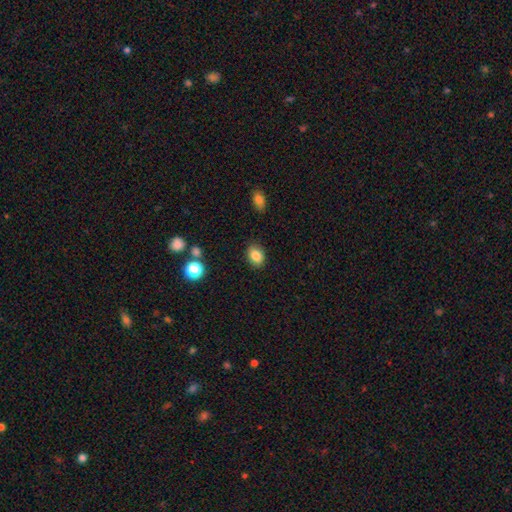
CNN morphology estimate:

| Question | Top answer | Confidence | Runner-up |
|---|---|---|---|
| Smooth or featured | smooth | 85% | star or artifact (10%) |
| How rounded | in between | 66% | round (33%) |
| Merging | none | 87% | minor disturbance (9%) |